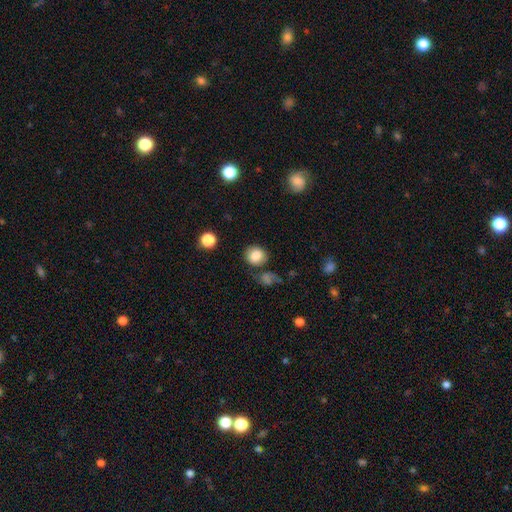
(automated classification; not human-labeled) Morphology: type=smooth (83%); roundness=round (80%); merging=none (75%).